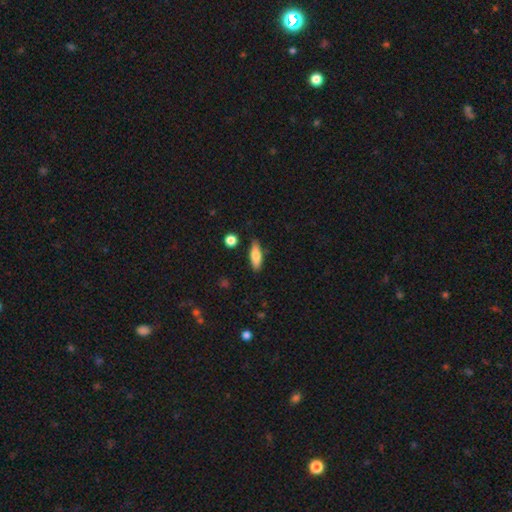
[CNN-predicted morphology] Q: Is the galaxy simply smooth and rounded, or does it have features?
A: smooth — 78%.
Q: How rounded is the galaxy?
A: in between — 58%.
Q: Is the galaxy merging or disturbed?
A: none — 81%.